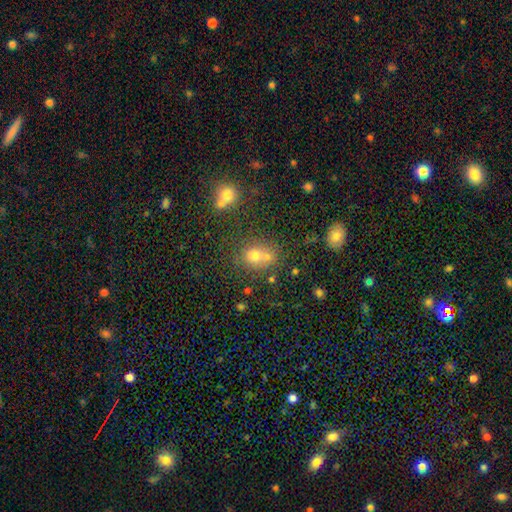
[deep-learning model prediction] Overall: smooth (69%). How rounded: round (65%; in between 34%). Merging: none (48%; merger 35%).